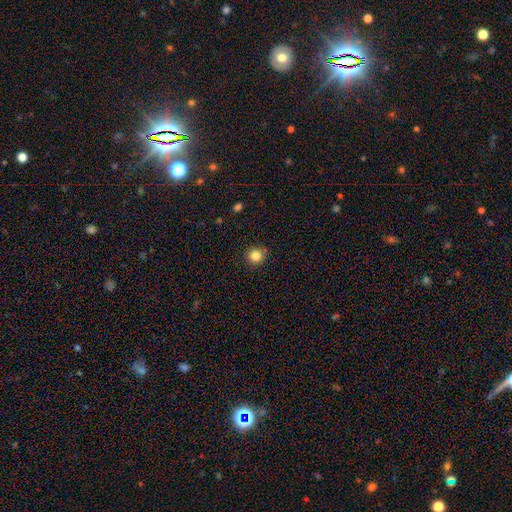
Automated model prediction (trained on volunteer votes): smooth-or-featured: smooth: 83% | star or artifact: 12% | featured or disk: 5%
  how-rounded: round: 93% | in between: 6% | cigar-shaped: 1%
  merging: none: 88% | minor disturbance: 8% | merger: 2% | major disturbance: 2%